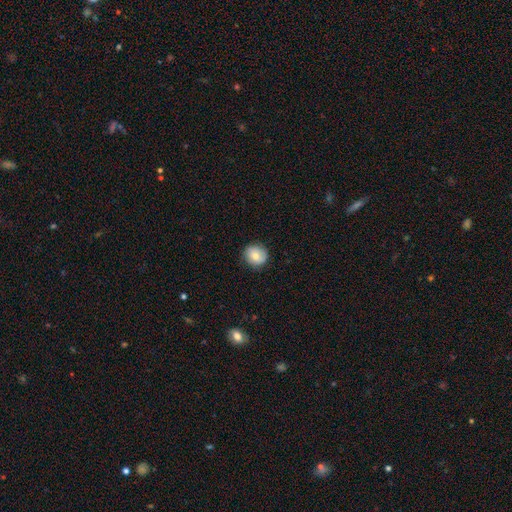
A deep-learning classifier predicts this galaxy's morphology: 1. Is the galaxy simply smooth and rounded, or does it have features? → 76% smooth, 16% featured or disk, 8% star or artifact.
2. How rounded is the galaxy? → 82% round, 17% in between, 1% cigar-shaped.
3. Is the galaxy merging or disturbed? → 83% none, 13% minor disturbance, 3% major disturbance, 1% merger.